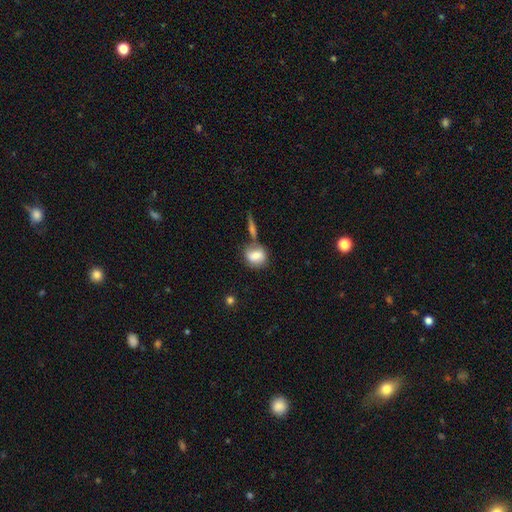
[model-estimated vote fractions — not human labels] The model was most divided on "how rounded": round: 65%, in between: 33%, cigar-shaped: 2%. More confident: smooth or featured — smooth (74%); merging — none (56%).